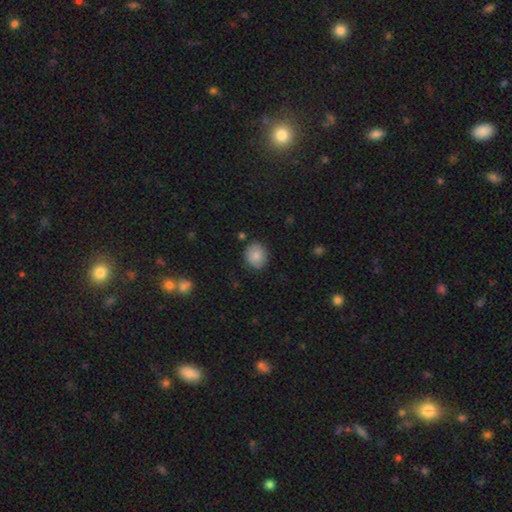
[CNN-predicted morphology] Q: Smooth or featured?
A: smooth (84%); runner-up: featured or disk (8%)
Q: How rounded?
A: round (75%); runner-up: in between (24%)
Q: Merging?
A: none (83%); runner-up: minor disturbance (12%)